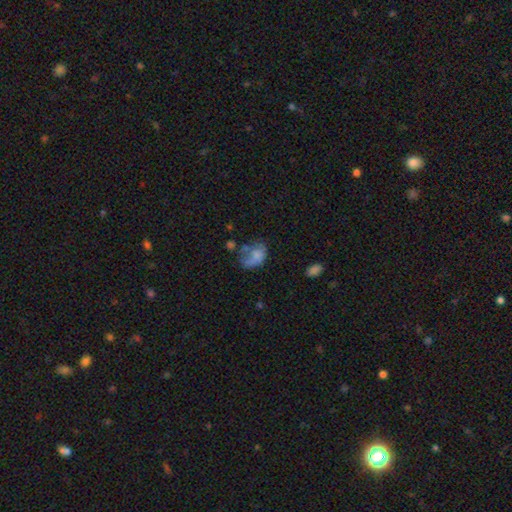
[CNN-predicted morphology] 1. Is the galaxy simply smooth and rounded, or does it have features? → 63% smooth, 26% featured or disk, 11% star or artifact.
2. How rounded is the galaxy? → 75% in between, 24% round, 1% cigar-shaped.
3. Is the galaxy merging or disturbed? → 35% major disturbance, 26% none, 25% minor disturbance, 15% merger.